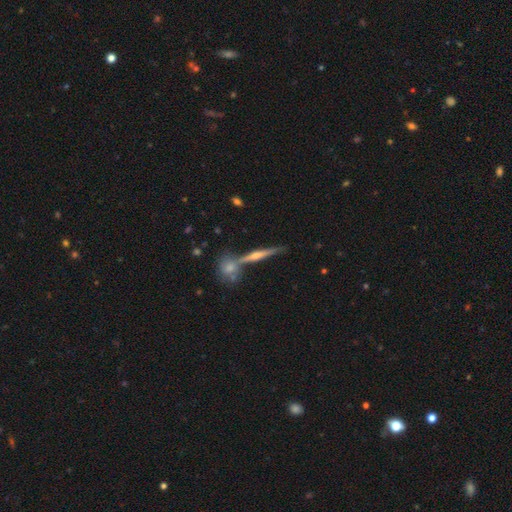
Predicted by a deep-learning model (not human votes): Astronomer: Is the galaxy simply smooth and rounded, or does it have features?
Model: featured or disk — 73%.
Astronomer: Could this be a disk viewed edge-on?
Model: yes — 97%.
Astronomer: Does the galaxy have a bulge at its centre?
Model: rounded — 84%.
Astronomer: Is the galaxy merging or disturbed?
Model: none — 75%.